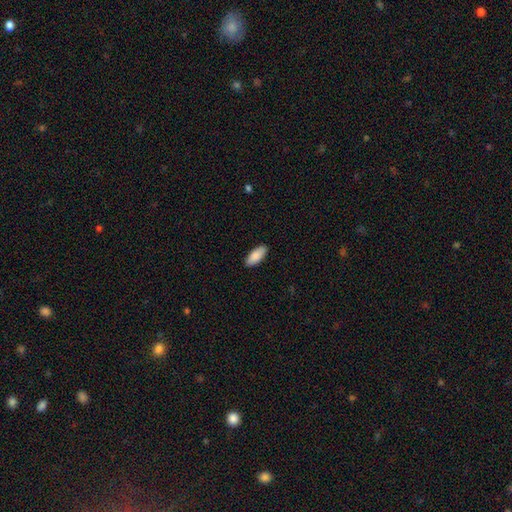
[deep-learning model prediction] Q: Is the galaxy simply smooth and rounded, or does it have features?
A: smooth — 89%.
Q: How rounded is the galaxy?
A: in between — 86%.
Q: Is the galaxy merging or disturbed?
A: none — 90%.